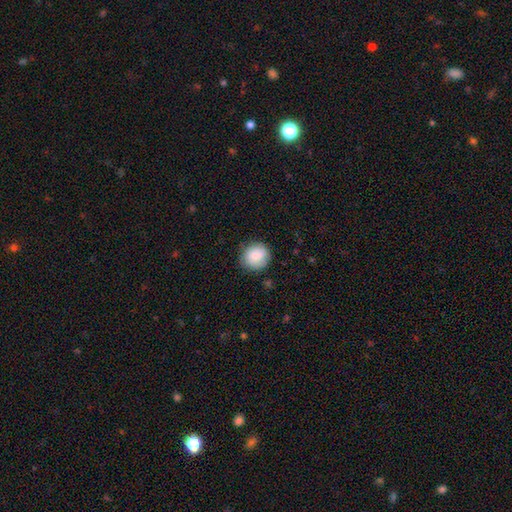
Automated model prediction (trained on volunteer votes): Smooth or featured: smooth — 82% (featured or disk — 11%)
How rounded: round — 87% (in between — 12%)
Merging: none — 81% (minor disturbance — 14%)